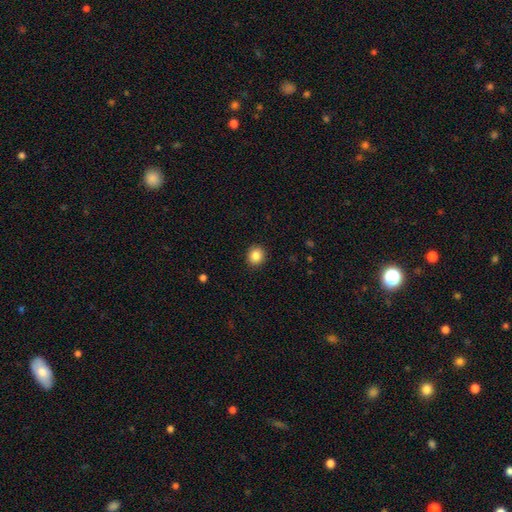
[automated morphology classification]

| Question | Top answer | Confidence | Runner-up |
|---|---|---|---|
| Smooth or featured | smooth | 85% | star or artifact (10%) |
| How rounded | round | 85% | in between (15%) |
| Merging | none | 92% | minor disturbance (5%) |